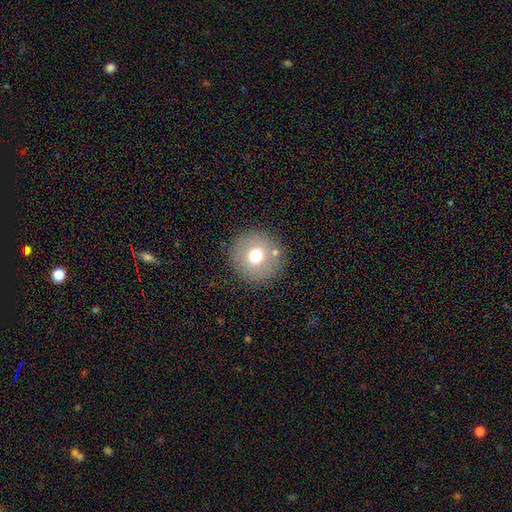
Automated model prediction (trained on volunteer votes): This is likely a smooth galaxy (68%). How rounded: clearly round (94%). Merging: clearly none (84%).